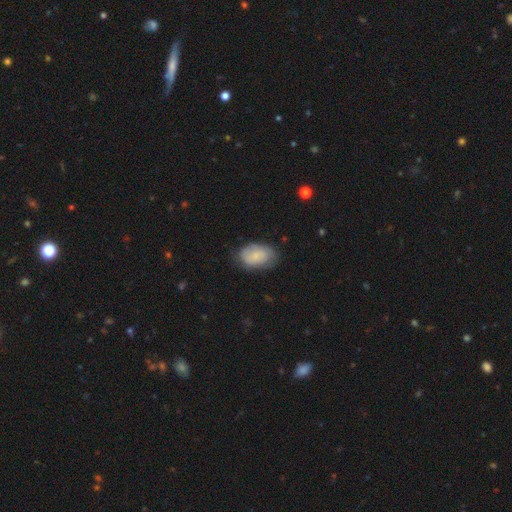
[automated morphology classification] The model was most divided on "smooth or featured": smooth: 69%, featured or disk: 24%, star or artifact: 7%. More confident: how rounded — in between (89%); merging — none (71%).